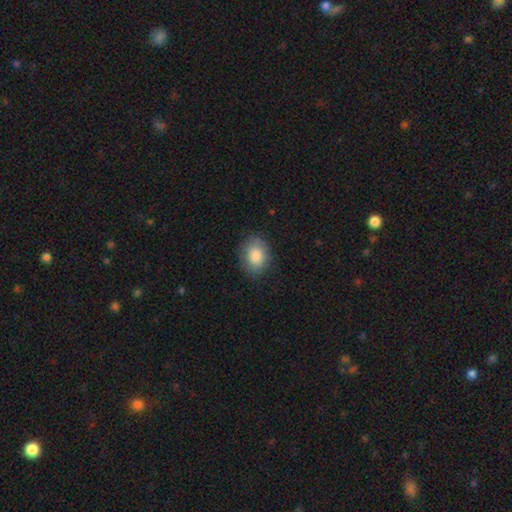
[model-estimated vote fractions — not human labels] This appears to be a smooth galaxy with no disk features (85%) that is in between round and cigar-shaped (62%). Merging: none (81%).